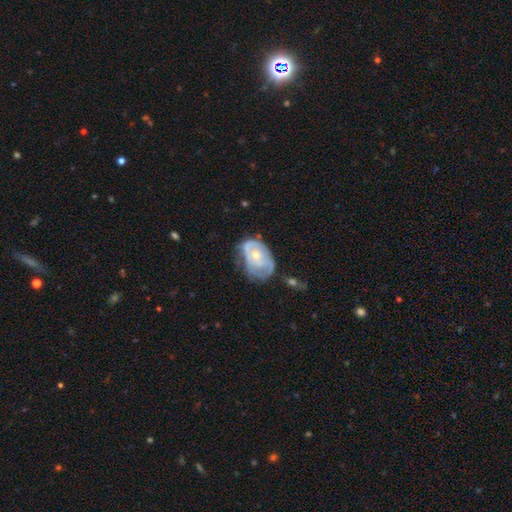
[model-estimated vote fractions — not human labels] featured or disk 64%, smooth 30%, star or artifact 6%. Down the decision tree: edge-on disk — no (96%); bar — no (82%); spiral arms — yes (59%); bulge size — moderate (49%); merging — none (36%).